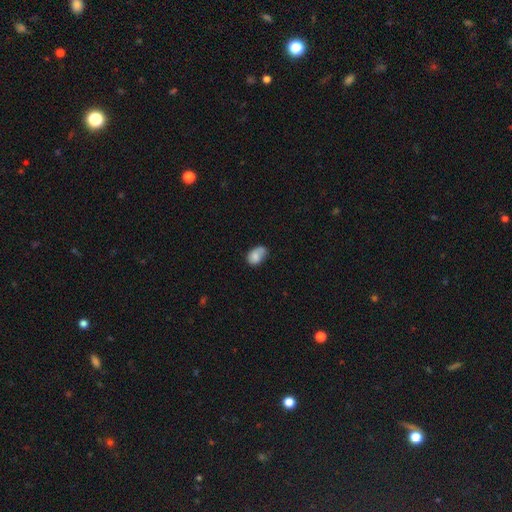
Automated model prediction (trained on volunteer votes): smooth 78%, featured or disk 13%, star or artifact 8%. Down the decision tree: how rounded — in between (84%); merging — none (46%).